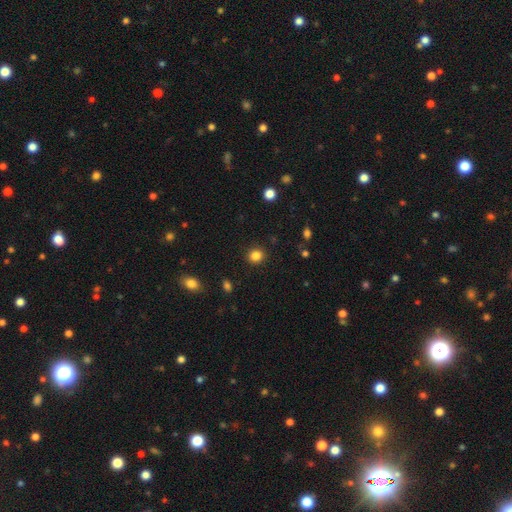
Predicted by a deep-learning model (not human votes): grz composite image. It shows a smooth galaxy with no disk features (84%) that is round (85%). Merging: none (91%).